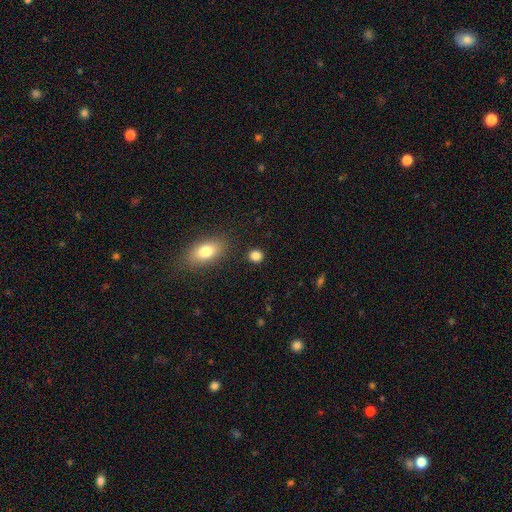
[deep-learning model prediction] smooth-or-featured: smooth: 85% | star or artifact: 11% | featured or disk: 4%
  how-rounded: round: 80% | in between: 19% | cigar-shaped: 2%
  merging: none: 88% | minor disturbance: 7% | merger: 3% | major disturbance: 3%